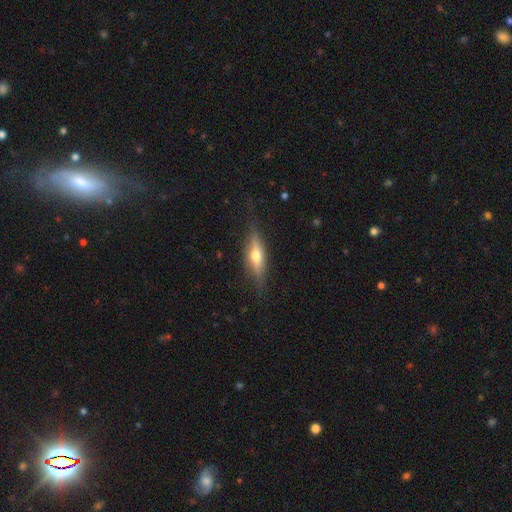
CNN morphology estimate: This appears to be a featured or disk galaxy (51%) viewed edge-on (88%). Merging: none (79%).